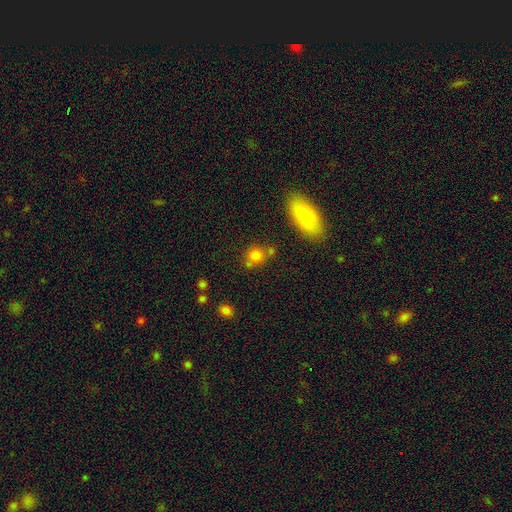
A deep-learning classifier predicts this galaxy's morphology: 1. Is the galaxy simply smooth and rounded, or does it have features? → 78% smooth, 13% star or artifact, 10% featured or disk.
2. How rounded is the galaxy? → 74% round, 24% in between, 2% cigar-shaped.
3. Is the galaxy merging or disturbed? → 64% none, 19% merger, 13% minor disturbance, 4% major disturbance.